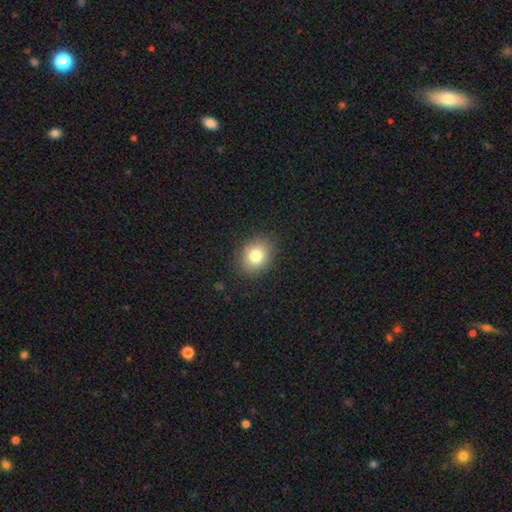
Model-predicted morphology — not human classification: Smooth or featured? smooth (80%)
How rounded? round (55%)
Merging? none (88%)